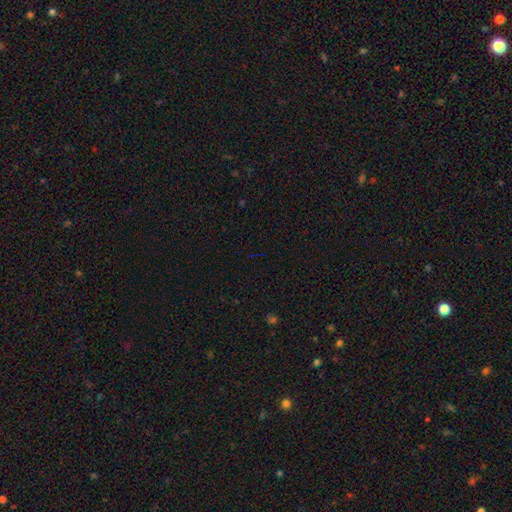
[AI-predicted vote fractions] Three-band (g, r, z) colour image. It shows a star or artifact, not a galaxy (73%).